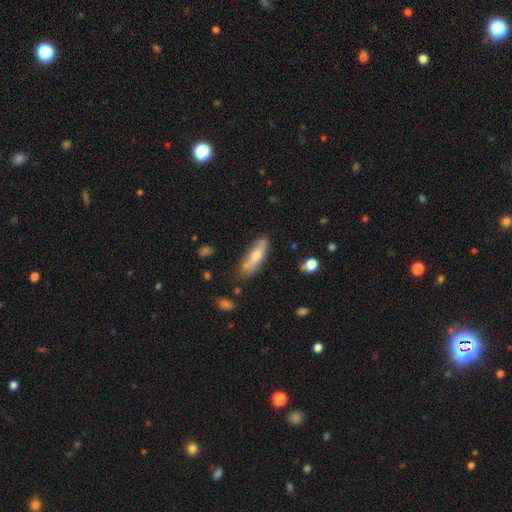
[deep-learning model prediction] This appears to be a smooth galaxy with no disk features (60%) that is cigar-shaped (57%). Merging: none (73%).